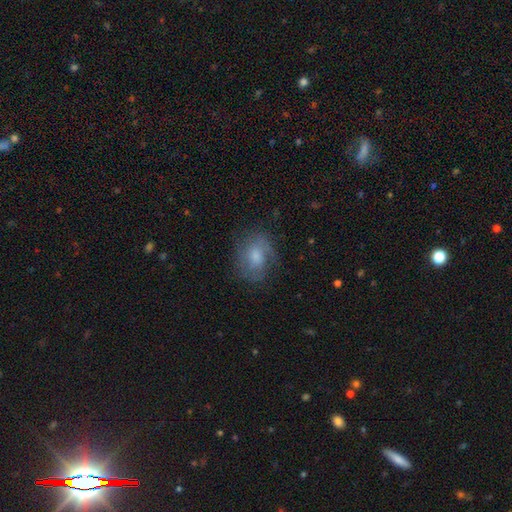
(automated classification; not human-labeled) Smooth or featured? Predicted: smooth (p=0.49). Merging? Predicted: none (p=0.64).